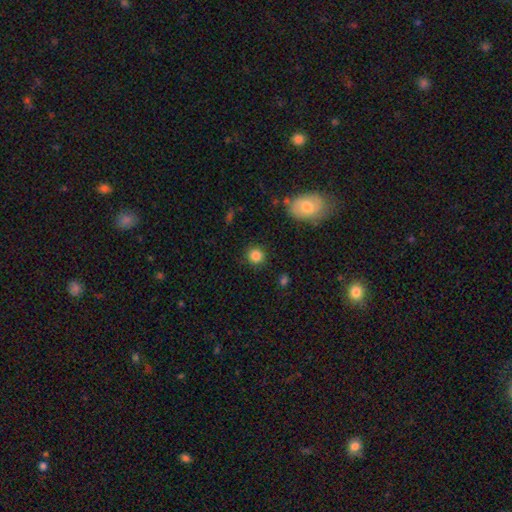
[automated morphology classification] Overall: smooth (84%). How rounded: round (91%). Merging: none (88%).